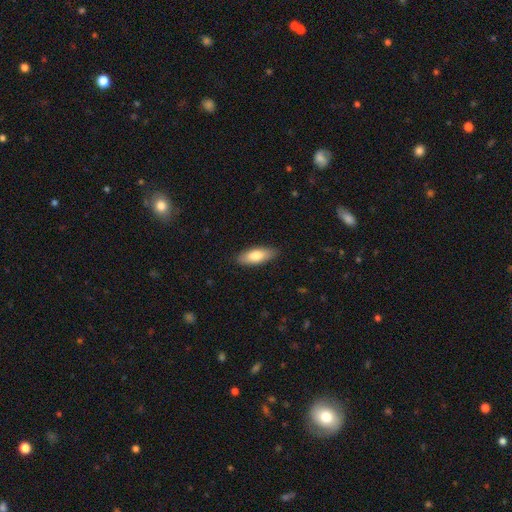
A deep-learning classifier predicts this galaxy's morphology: smooth-or-featured: smooth: 79% | featured or disk: 16% | star or artifact: 6%
  how-rounded: in between: 73% | cigar-shaped: 25% | round: 2%
  merging: none: 87% | minor disturbance: 10% | major disturbance: 2% | merger: 1%